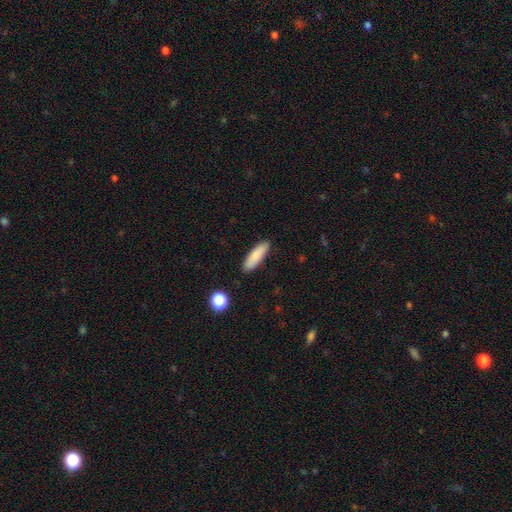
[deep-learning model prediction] Smooth or featured? Predicted: smooth (p=0.84). How rounded? Predicted: cigar-shaped (p=0.57). Merging? Predicted: none (p=0.87).